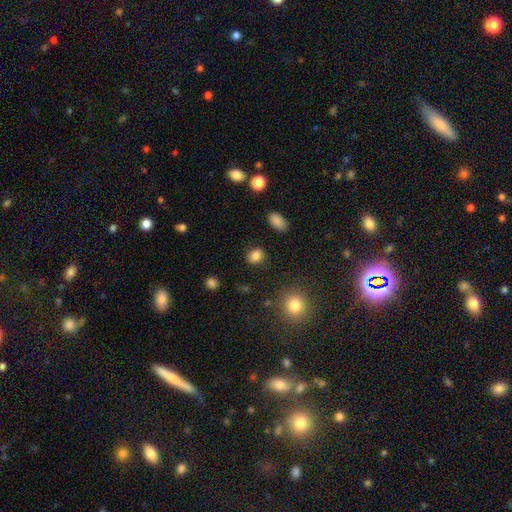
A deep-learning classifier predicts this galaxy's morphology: Smooth or featured: smooth — 85% (star or artifact — 11%)
How rounded: in between — 51% (round — 48%)
Merging: none — 87% (minor disturbance — 9%)